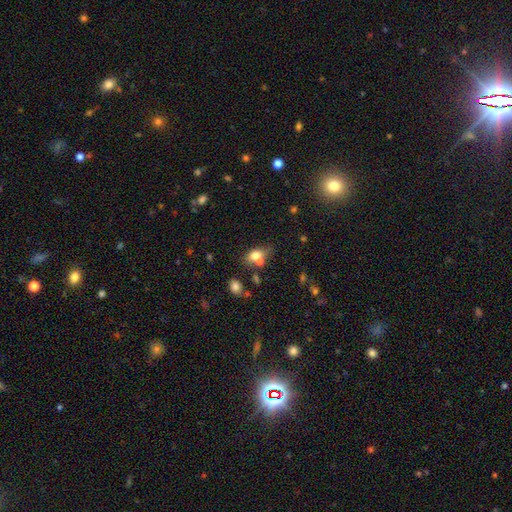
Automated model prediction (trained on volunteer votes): smooth_or_featured: smooth (p=0.73) [alt: featured or disk p=0.16]
how_rounded: in between (p=0.77) [alt: round p=0.20]
merging: none (p=0.42) [alt: merger p=0.37]